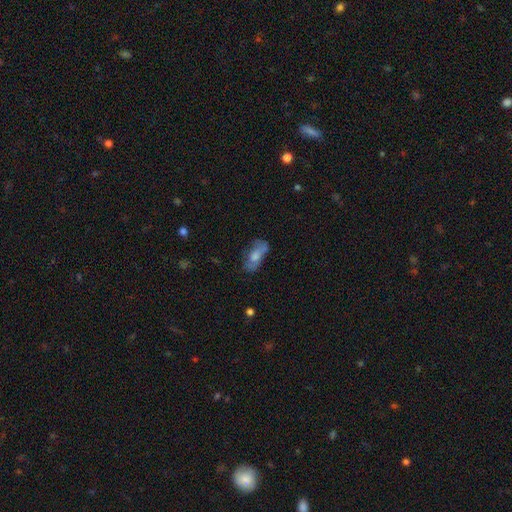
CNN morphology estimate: This is possibly a smooth galaxy (58%). How rounded: likely in between (79%). Merging: possibly none (51%).